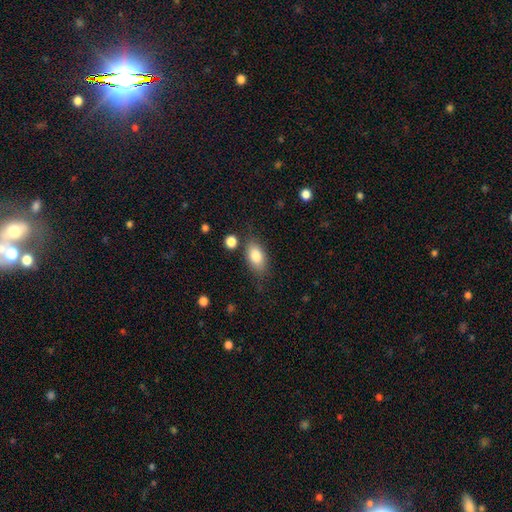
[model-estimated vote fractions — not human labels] A smooth galaxy with no disk features (82%) that is in between round and cigar-shaped (89%). Merging: none (74%).